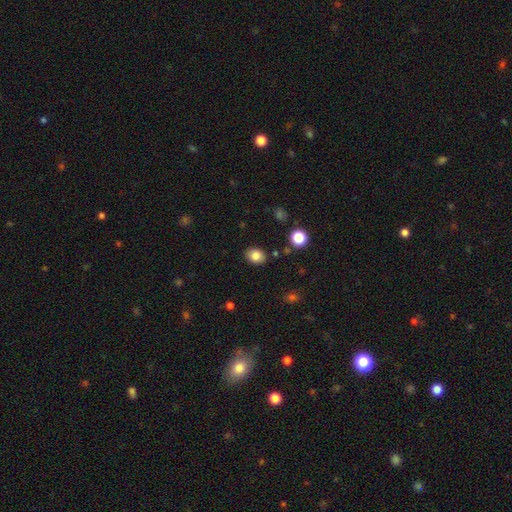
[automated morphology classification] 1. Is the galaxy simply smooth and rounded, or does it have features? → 83% smooth, 10% star or artifact, 7% featured or disk.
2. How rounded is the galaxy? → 55% in between, 44% round, 1% cigar-shaped.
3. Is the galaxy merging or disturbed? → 86% none, 9% minor disturbance, 2% major disturbance, 2% merger.